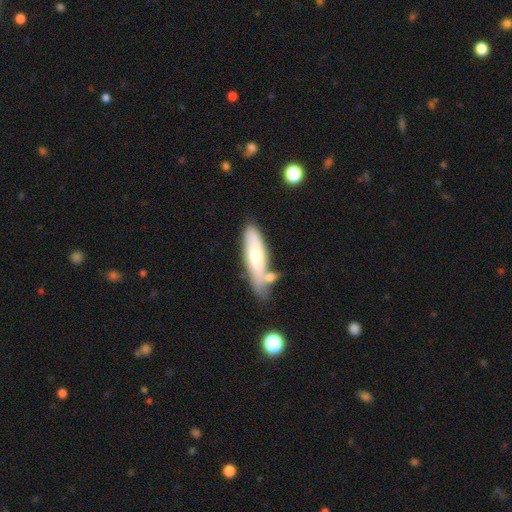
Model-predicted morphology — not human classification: A smooth galaxy with no disk features (62%) that is cigar-shaped (64%). Merging: none (57%).